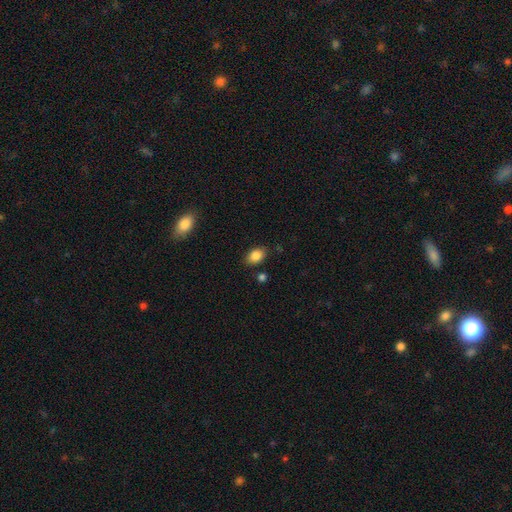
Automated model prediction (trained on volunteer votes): Q: Smooth or featured?
A: smooth (86%); runner-up: star or artifact (9%)
Q: How rounded?
A: in between (82%); runner-up: round (17%)
Q: Merging?
A: none (83%); runner-up: minor disturbance (11%)